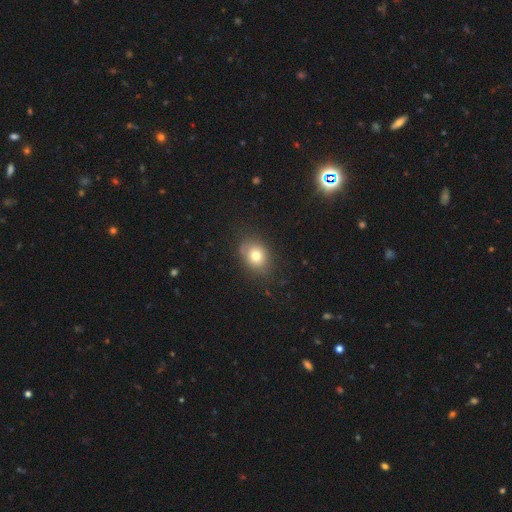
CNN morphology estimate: Smooth or featured: smooth — 75% (featured or disk — 13%)
How rounded: in between — 53% (round — 46%)
Merging: none — 75% (minor disturbance — 18%)